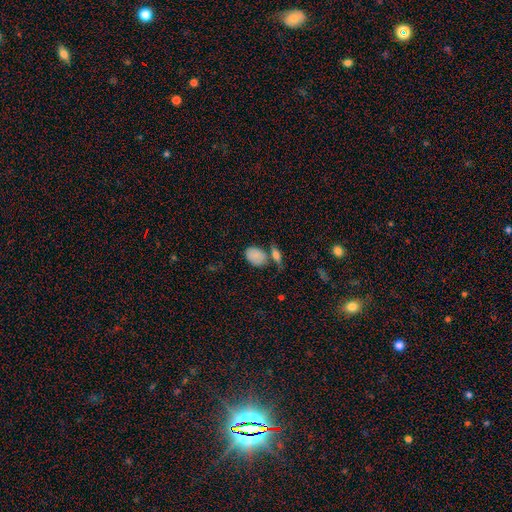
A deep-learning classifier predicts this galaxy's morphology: This is clearly a smooth galaxy (83%). How rounded: likely in between (75%). Merging: possibly none (53%).